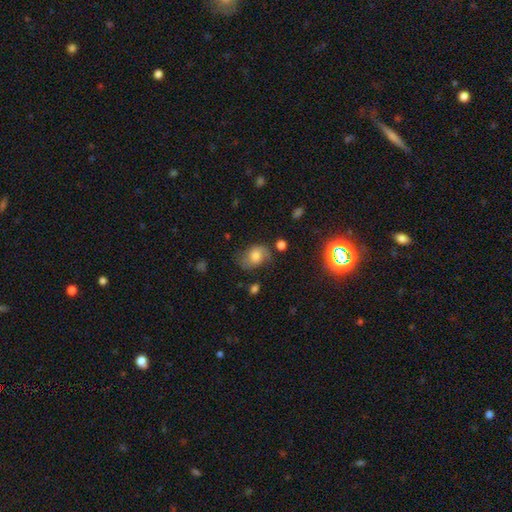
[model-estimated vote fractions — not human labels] Smooth or featured?
  - smooth: 55% *
  - featured or disk: 33%
  - star or artifact: 12%
How rounded?
  - in between: 67% *
  - round: 31%
  - cigar-shaped: 1%
Merging?
  - none: 58% *
  - minor disturbance: 27%
  - major disturbance: 12%
  - merger: 3%